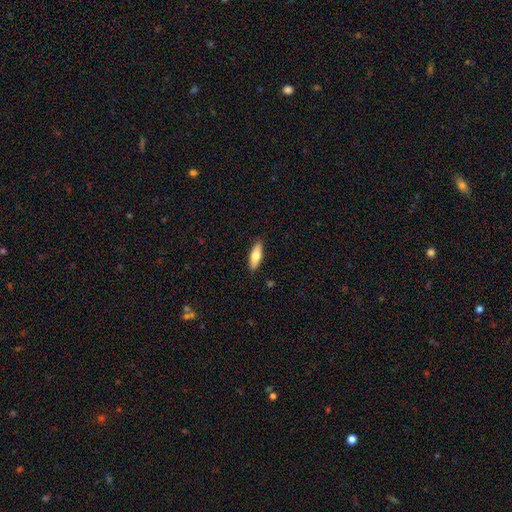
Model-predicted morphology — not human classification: This appears to be a smooth galaxy with no disk features (70%) that is in between round and cigar-shaped (54%). Merging: none (89%).